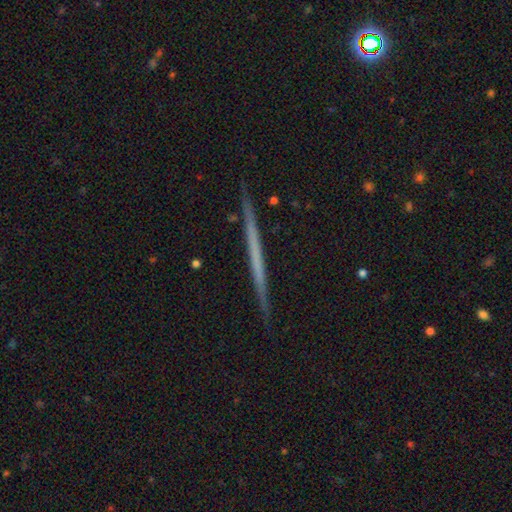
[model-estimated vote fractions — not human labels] featured or disk 60%, smooth 33%, star or artifact 8%. Down the decision tree: edge-on disk — yes (98%); edge-on bulge — none (91%); merging — none (92%).